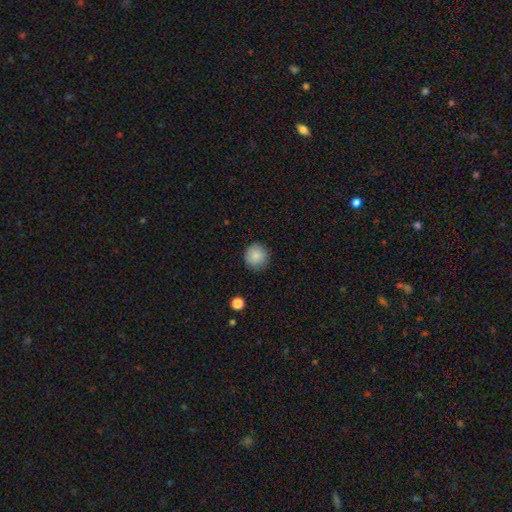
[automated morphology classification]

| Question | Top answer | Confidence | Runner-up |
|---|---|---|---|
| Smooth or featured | smooth | 86% | star or artifact (8%) |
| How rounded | round | 94% | in between (5%) |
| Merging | none | 89% | minor disturbance (8%) |